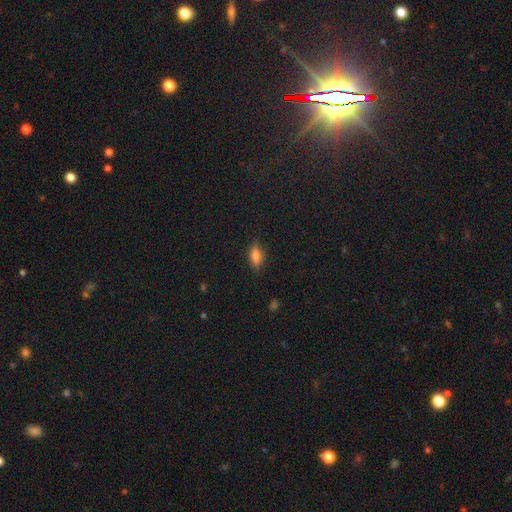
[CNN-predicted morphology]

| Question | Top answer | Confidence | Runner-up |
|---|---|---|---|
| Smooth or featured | smooth | 79% | featured or disk (11%) |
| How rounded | in between | 81% | cigar-shaped (15%) |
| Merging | none | 80% | minor disturbance (15%) |